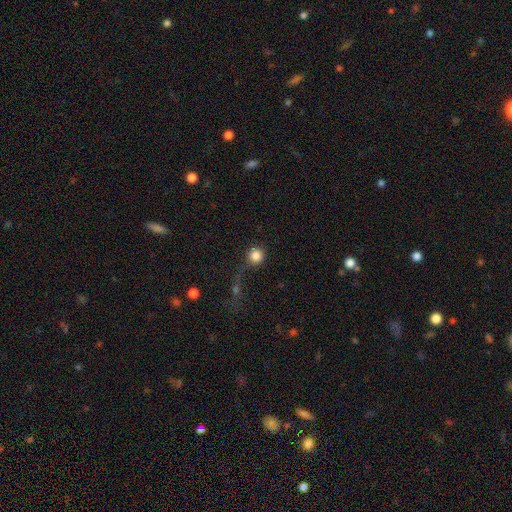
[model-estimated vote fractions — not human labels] The model was most divided on "merging": none: 64%, minor disturbance: 12%, merger: 12%, major disturbance: 12%. More confident: how rounded — round (95%); smooth or featured — smooth (85%).